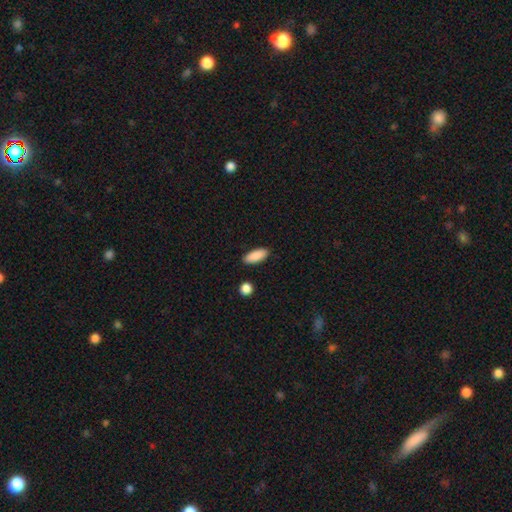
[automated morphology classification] Smooth or featured?
  - smooth: 90% *
  - star or artifact: 6%
  - featured or disk: 4%
How rounded?
  - in between: 81% *
  - cigar-shaped: 17%
  - round: 2%
Merging?
  - none: 88% *
  - minor disturbance: 8%
  - major disturbance: 2%
  - merger: 2%